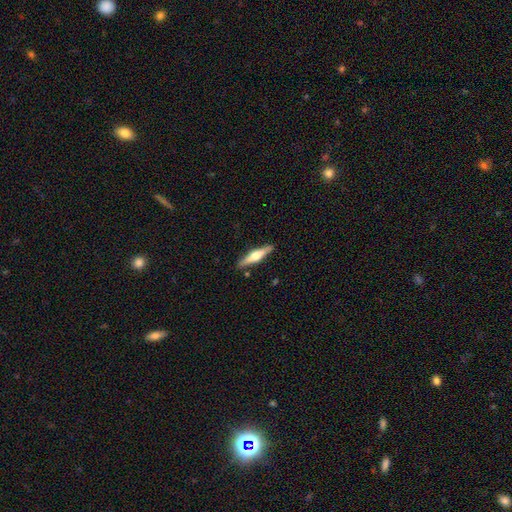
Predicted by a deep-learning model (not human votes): Smooth or featured?
  - featured or disk: 61% *
  - smooth: 34%
  - star or artifact: 5%
Edge-on disk?
  - yes: 96% *
  - no: 4%
Edge-on bulge?
  - rounded: 91% *
  - boxy: 6%
  - none: 3%
Merging?
  - none: 88% *
  - minor disturbance: 9%
  - merger: 2%
  - major disturbance: 2%